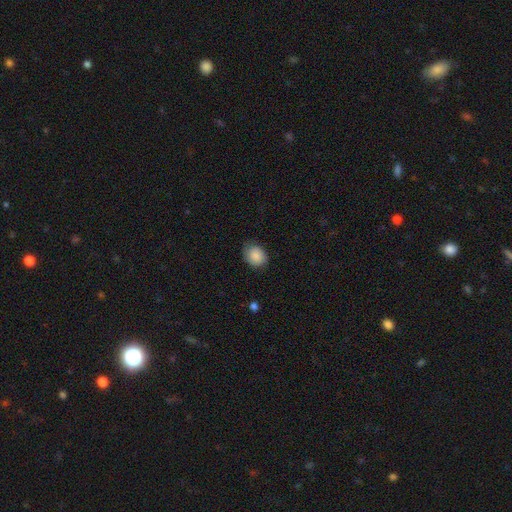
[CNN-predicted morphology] The model was most divided on "how rounded": in between: 56%, round: 43%, cigar-shaped: 1%. More confident: smooth or featured — smooth (82%); merging — none (74%).